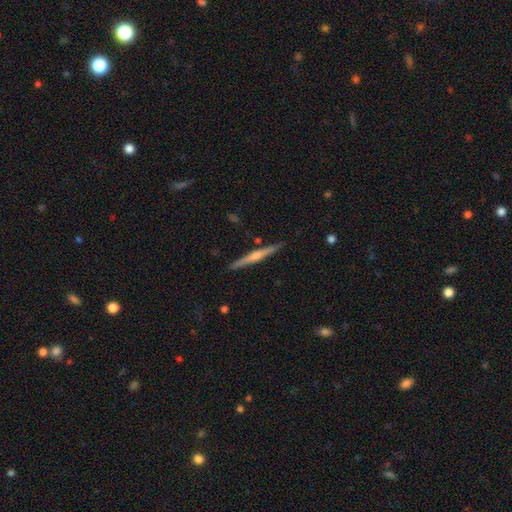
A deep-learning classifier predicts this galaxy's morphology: Smooth or featured? Predicted: featured or disk (p=0.77). Edge-on disk? Predicted: yes (p=0.98). Edge-on bulge? Predicted: rounded (p=0.82). Merging? Predicted: none (p=0.91).